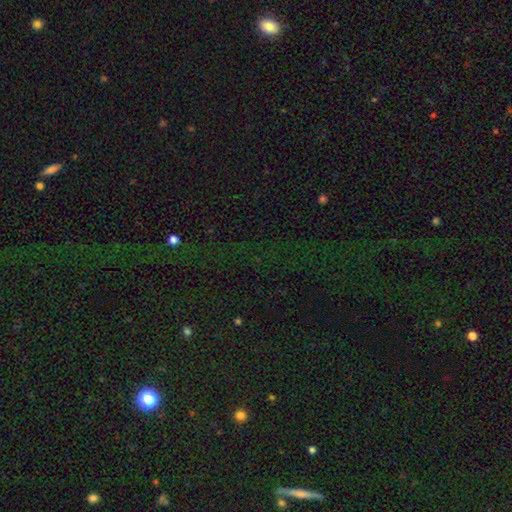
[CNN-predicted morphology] Q: Smooth or featured?
A: star or artifact (79%); runner-up: smooth (13%)